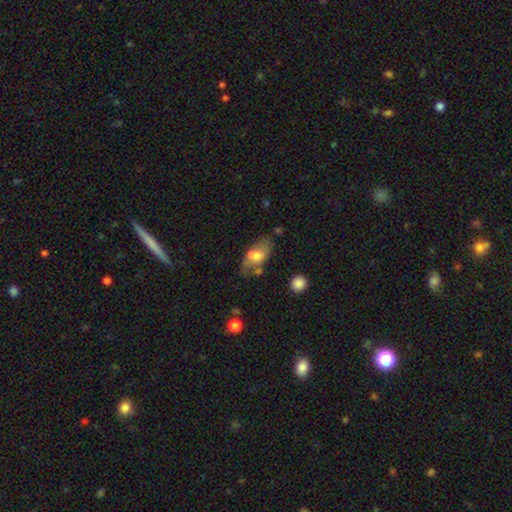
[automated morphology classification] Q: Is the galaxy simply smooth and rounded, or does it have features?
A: smooth — 55%.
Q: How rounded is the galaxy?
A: in between — 87%.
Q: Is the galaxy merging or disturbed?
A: none — 58%.